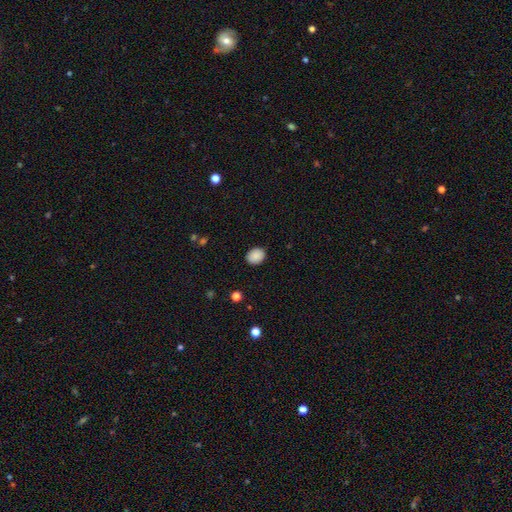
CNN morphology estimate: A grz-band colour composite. It shows a smooth galaxy with no disk features (88%) that is in between round and cigar-shaped (50%). Merging: none (88%).